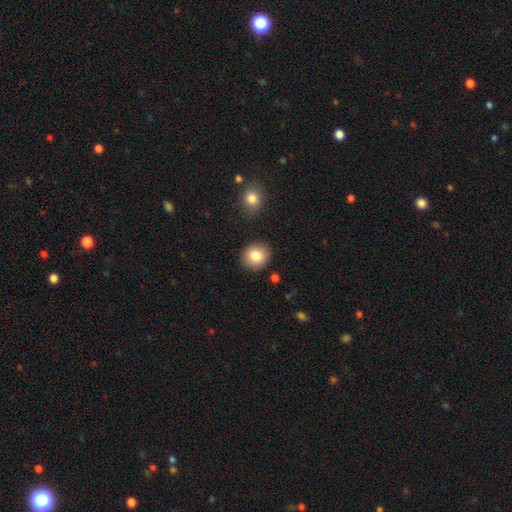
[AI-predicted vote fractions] Overall: smooth (84%). How rounded: round (82%). Merging: none (88%).